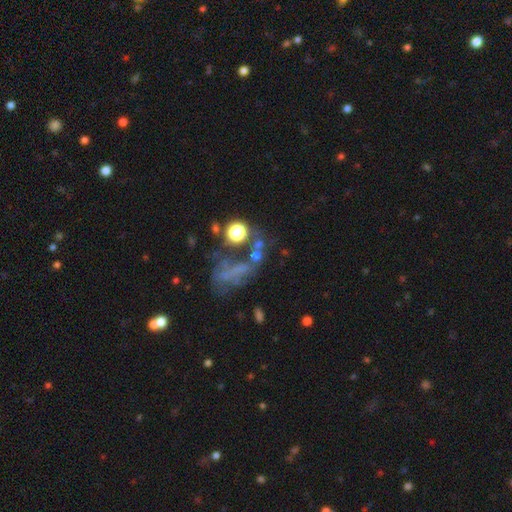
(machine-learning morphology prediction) smooth_or_featured: smooth (p=0.48) [alt: star or artifact p=0.30]
merging: none (p=0.43) [alt: merger p=0.23]